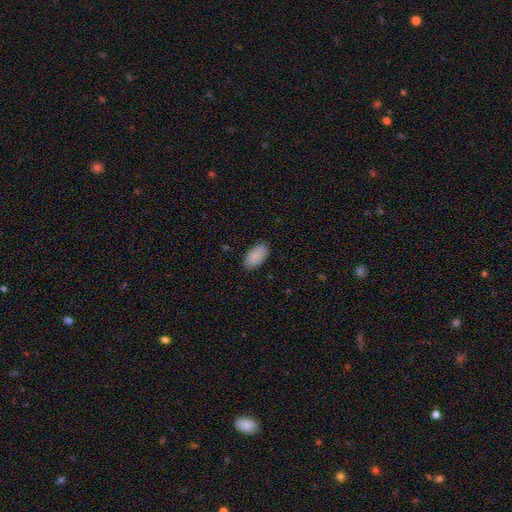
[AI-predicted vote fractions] This appears to be a smooth galaxy with no disk features (89%) that is in between round and cigar-shaped (95%). Merging: none (86%).